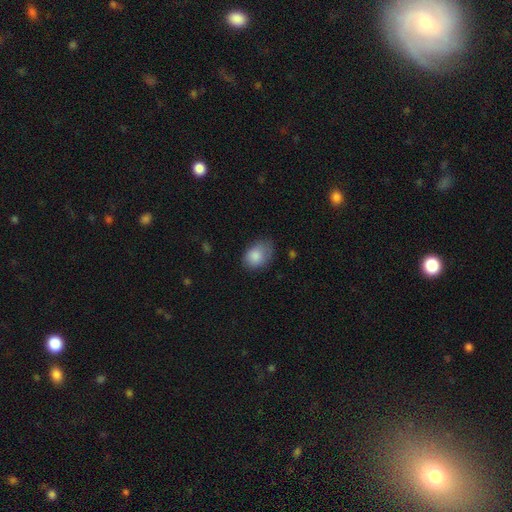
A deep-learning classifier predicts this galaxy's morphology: This is clearly a smooth galaxy (85%). How rounded: likely in between (74%). Merging: possibly none (57%).